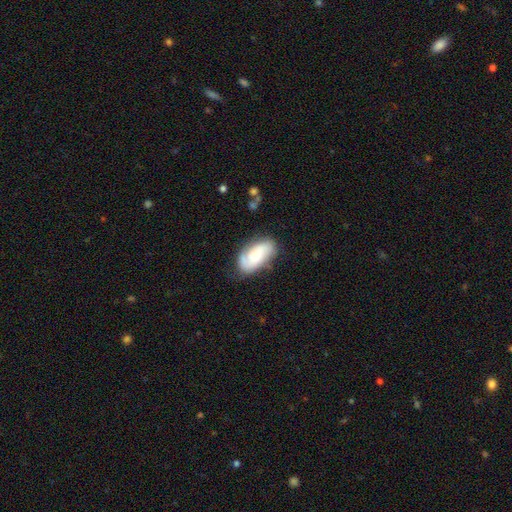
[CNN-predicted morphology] Q: Smooth or featured?
A: featured or disk (48%); runner-up: smooth (45%)
Q: Merging?
A: none (68%); runner-up: minor disturbance (22%)